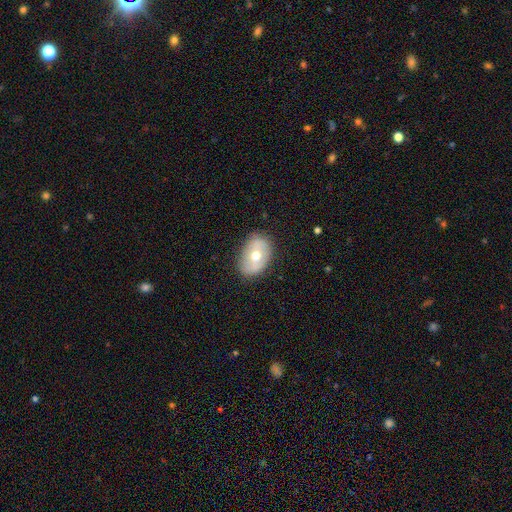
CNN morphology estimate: A smooth galaxy with no disk features (54%) that is in between round and cigar-shaped (79%).

Vote fractions:
- Smooth or featured? smooth: 54% / featured or disk: 39% / star or artifact: 7%
- How rounded? in between: 79% / round: 19% / cigar-shaped: 1%
- Merging? none: 82% / minor disturbance: 13% / major disturbance: 4% / merger: 1%